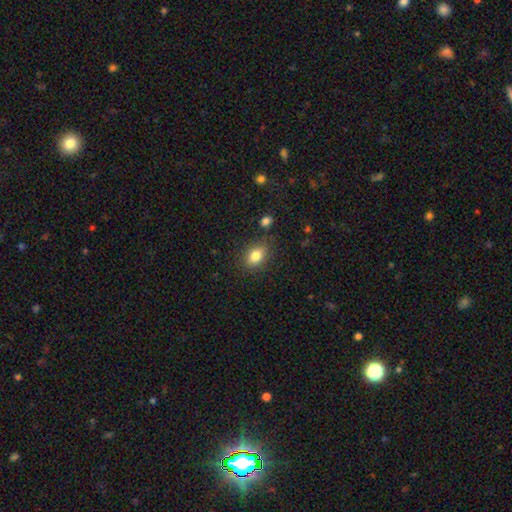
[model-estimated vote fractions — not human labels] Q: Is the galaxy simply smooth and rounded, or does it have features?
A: smooth — 82%.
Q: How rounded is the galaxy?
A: in between — 74%.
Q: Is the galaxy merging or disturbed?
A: none — 82%.